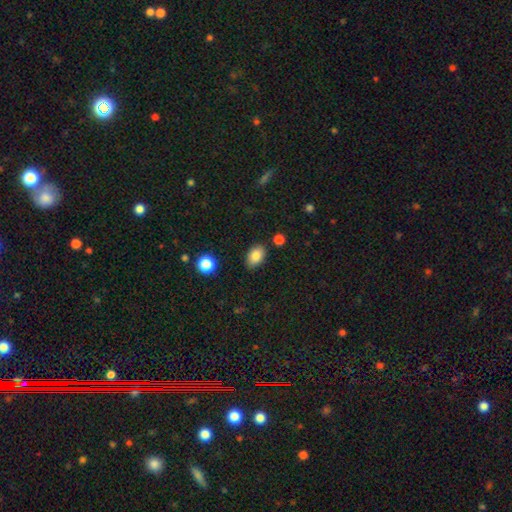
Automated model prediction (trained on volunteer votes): Smooth or featured: smooth — 85% (star or artifact — 9%)
How rounded: in between — 88% (round — 11%)
Merging: none — 83% (minor disturbance — 11%)